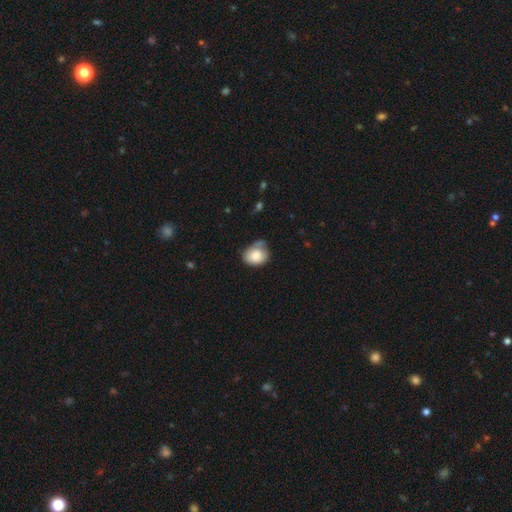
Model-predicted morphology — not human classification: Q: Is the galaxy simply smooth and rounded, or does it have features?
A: smooth — 79%.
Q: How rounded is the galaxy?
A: in between — 51%.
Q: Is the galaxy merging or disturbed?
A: none — 47%.